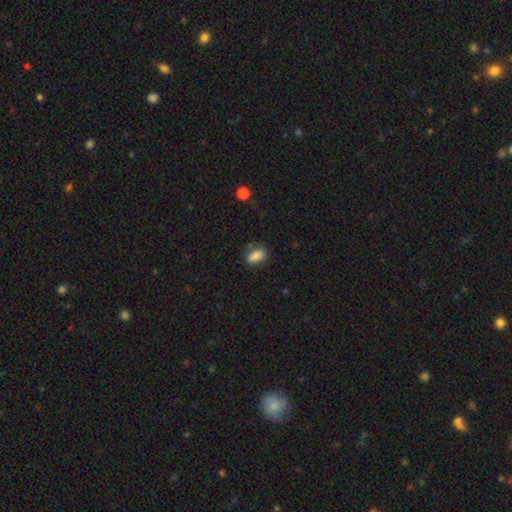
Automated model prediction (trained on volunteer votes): Smooth or featured? smooth (82%)
How rounded? in between (84%)
Merging? none (67%)